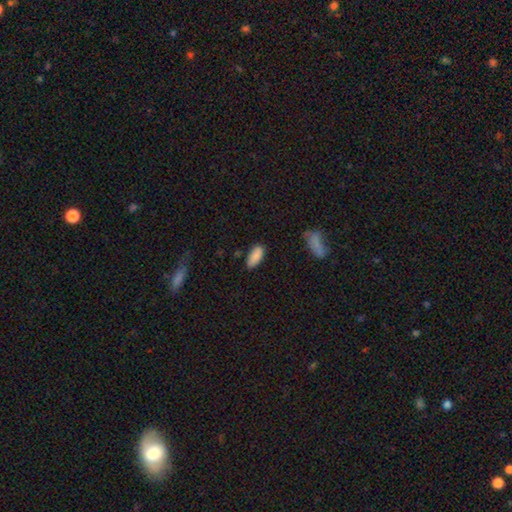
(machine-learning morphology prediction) Smooth or featured?
  - smooth: 88% *
  - star or artifact: 7%
  - featured or disk: 5%
How rounded?
  - in between: 87% *
  - cigar-shaped: 11%
  - round: 2%
Merging?
  - none: 80% *
  - minor disturbance: 15%
  - major disturbance: 3%
  - merger: 2%